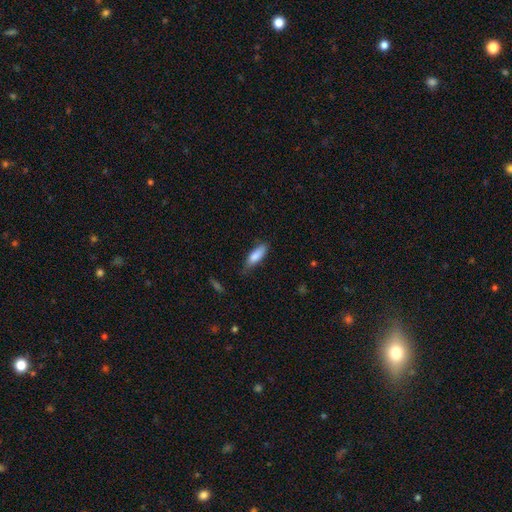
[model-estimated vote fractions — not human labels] This is clearly a smooth galaxy (84%). How rounded: possibly in between (60%). Merging: likely none (68%).